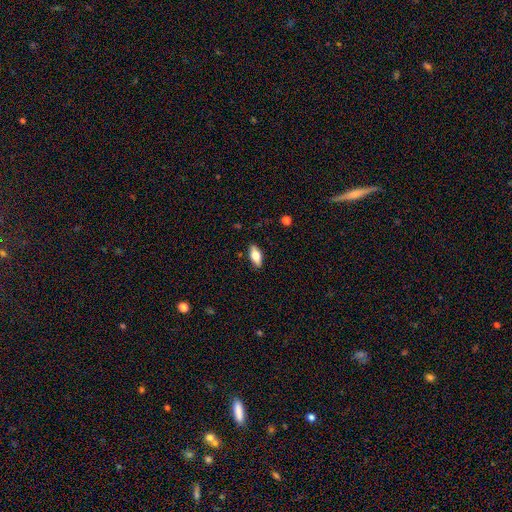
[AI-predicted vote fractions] Q: Smooth or featured?
A: smooth (69%); runner-up: featured or disk (24%)
Q: How rounded?
A: in between (83%); runner-up: cigar-shaped (14%)
Q: Merging?
A: none (87%); runner-up: minor disturbance (10%)